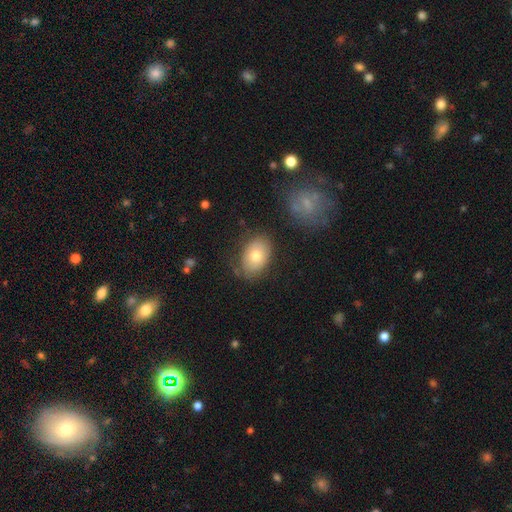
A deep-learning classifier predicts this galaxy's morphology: smooth_or_featured: smooth (p=0.70) [alt: featured or disk p=0.22]
how_rounded: in between (p=0.83) [alt: round p=0.16]
merging: none (p=0.72) [alt: minor disturbance p=0.19]